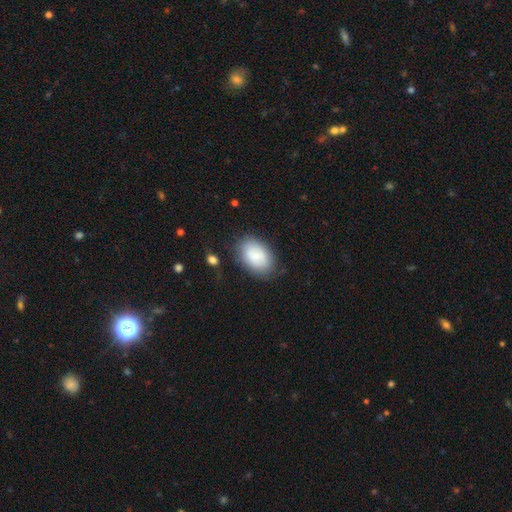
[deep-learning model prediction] Morphology: type=smooth (75%); roundness=in between (88%); merging=none (75%).